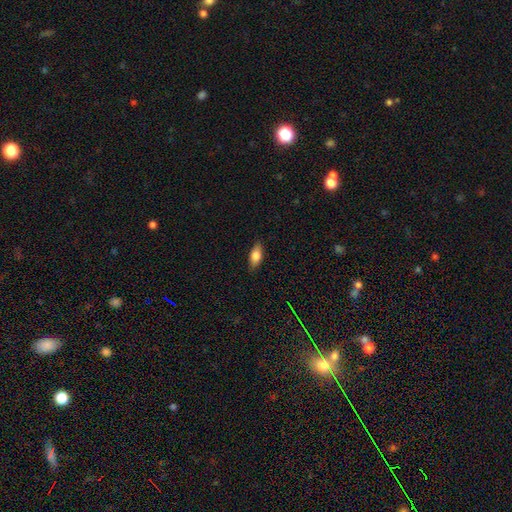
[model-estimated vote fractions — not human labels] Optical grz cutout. It shows a smooth galaxy with no disk features (77%) that is in between round and cigar-shaped (83%). Merging: none (85%).